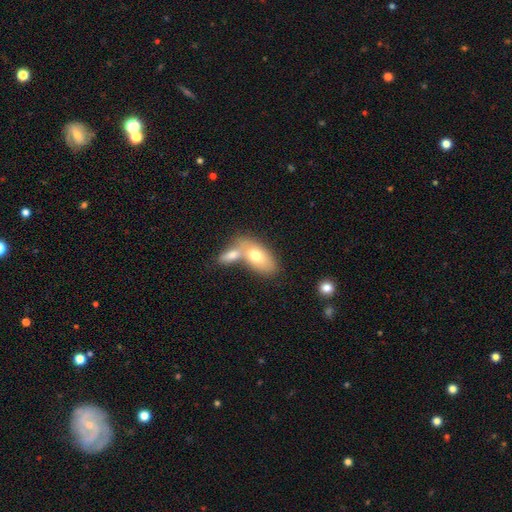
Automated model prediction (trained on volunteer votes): smooth 70%, featured or disk 24%, star or artifact 6%. Down the decision tree: how rounded — in between (90%); merging — merger (51%).